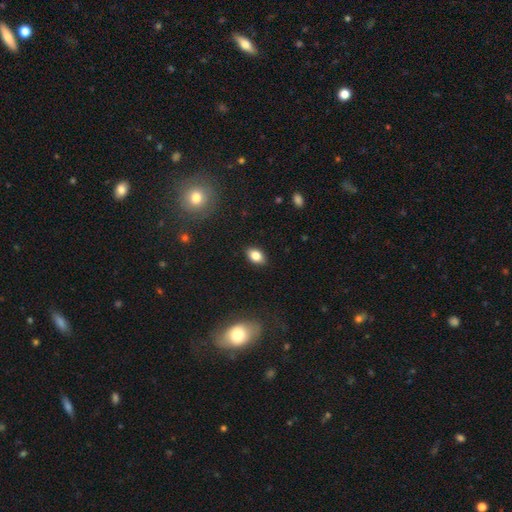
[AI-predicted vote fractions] smooth_or_featured: smooth (p=0.82) [alt: featured or disk p=0.09]
how_rounded: in between (p=0.87) [alt: round p=0.11]
merging: none (p=0.87) [alt: minor disturbance p=0.10]